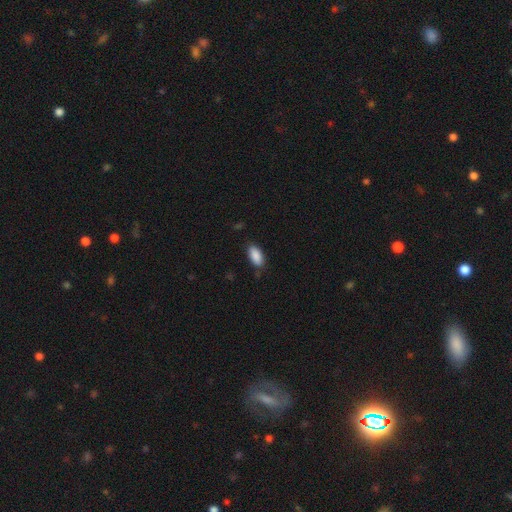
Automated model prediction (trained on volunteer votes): Smooth or featured? Predicted: smooth (p=0.90). How rounded? Predicted: in between (p=0.92). Merging? Predicted: none (p=0.82).